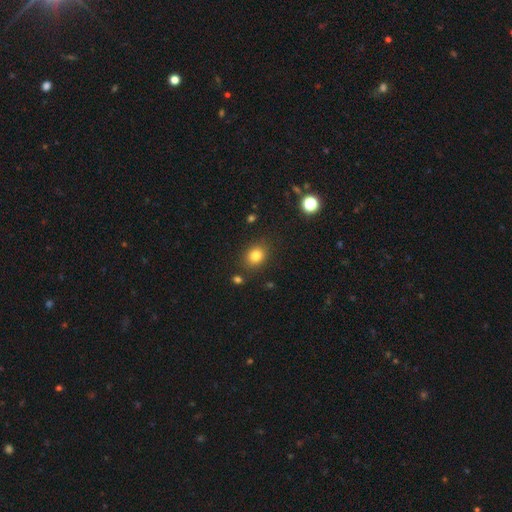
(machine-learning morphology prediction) smooth 82%, star or artifact 12%, featured or disk 7%. Down the decision tree: how rounded — round (55%); merging — none (84%).